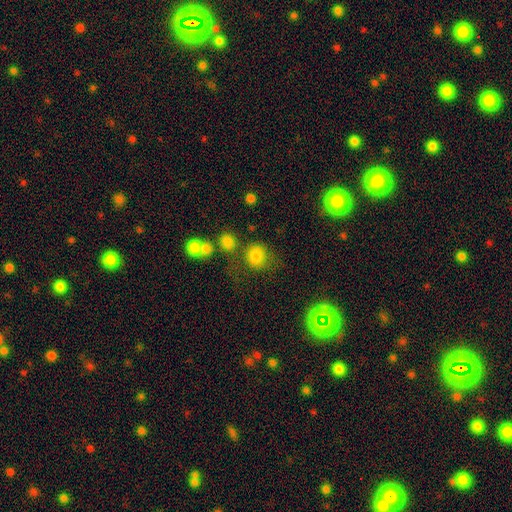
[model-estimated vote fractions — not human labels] A smooth galaxy with no disk features (78%) that is round (84%). Merging: none (63%).